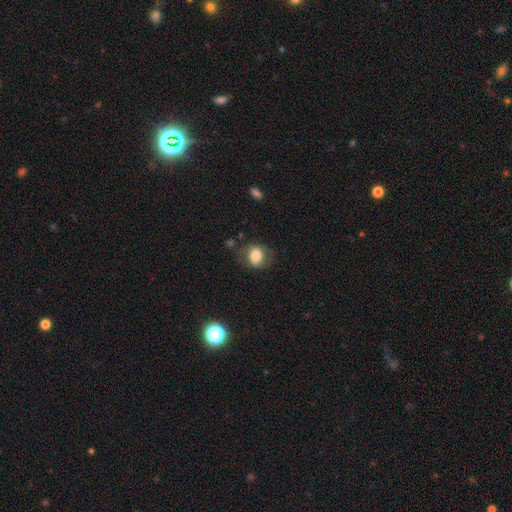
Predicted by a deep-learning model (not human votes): The model was most divided on "how rounded": round: 57%, in between: 41%, cigar-shaped: 1%. More confident: smooth or featured — smooth (77%); merging — none (71%).